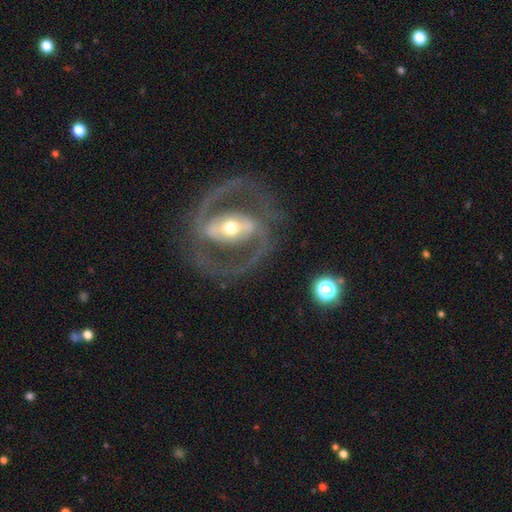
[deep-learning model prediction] smooth_or_featured: featured or disk (p=0.89) [alt: smooth p=0.06]
disk_edge_on: no (p=0.95) [alt: yes p=0.05]
bar: strong (p=0.66) [alt: weak p=0.21]
has_spiral_arms: yes (p=0.89) [alt: no p=0.11]
spiral_winding: medium (p=0.52) [alt: tight p=0.35]
spiral_arm_count: 2 (p=0.90) [alt: can't tell p=0.04]
bulge_size: moderate (p=0.51) [alt: small p=0.42]
merging: none (p=0.80) [alt: minor disturbance p=0.10]